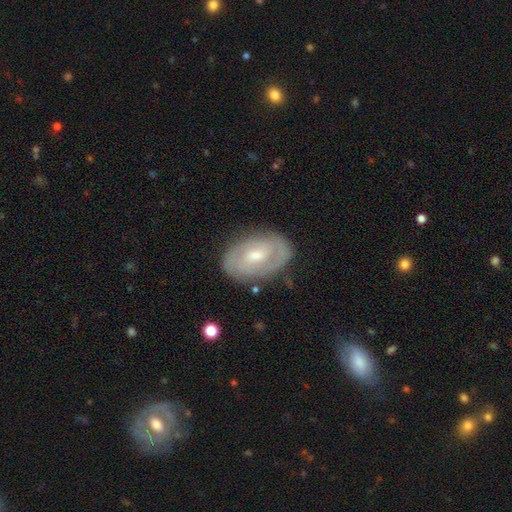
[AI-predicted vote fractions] A featured or disk galaxy (67%) with a weak bar (51%), spiral arms (70%) and a moderate central bulge (52%).

Vote fractions:
- Smooth or featured? featured or disk: 67% / smooth: 27% / star or artifact: 6%
- Edge-on disk? no: 95% / yes: 5%
- Bar? weak: 51% / no: 36% / strong: 13%
- Spiral arms? yes: 70% / no: 30%
- Bulge size? moderate: 52% / small: 42% / large: 3% / none: 2% / dominant: 1%
- Merging? none: 79% / minor disturbance: 15% / major disturbance: 5% / merger: 2%